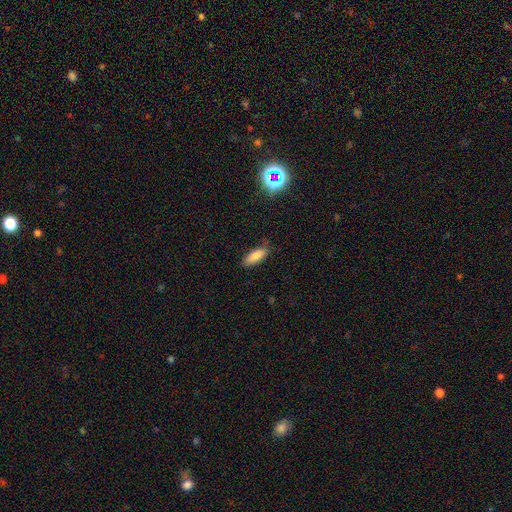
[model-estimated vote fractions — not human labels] smooth-or-featured: smooth: 81% | featured or disk: 11% | star or artifact: 8%
  how-rounded: in between: 66% | cigar-shaped: 32% | round: 2%
  merging: none: 77% | minor disturbance: 18% | major disturbance: 3% | merger: 2%